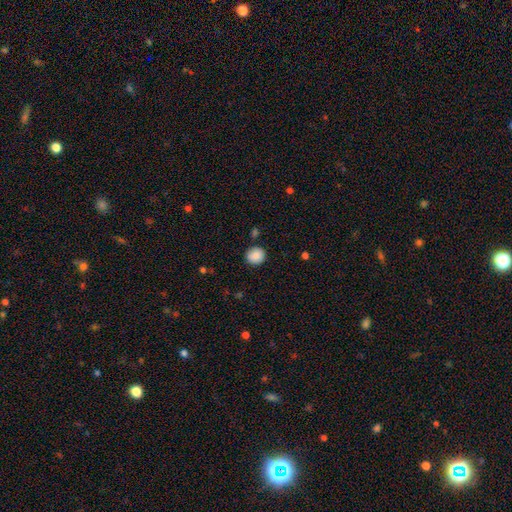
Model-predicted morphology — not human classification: Q: Smooth or featured?
A: smooth (87%); runner-up: star or artifact (8%)
Q: How rounded?
A: round (90%); runner-up: in between (9%)
Q: Merging?
A: none (87%); runner-up: minor disturbance (8%)